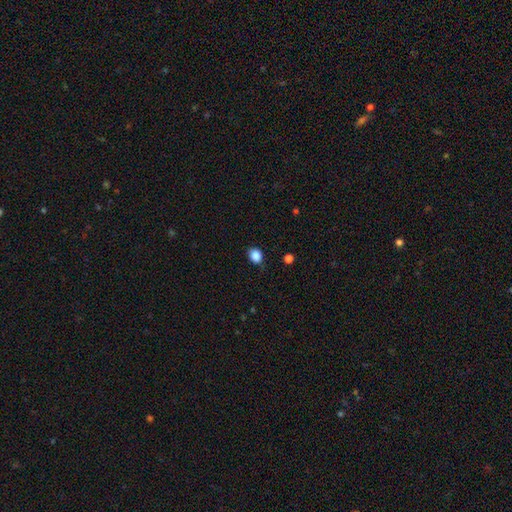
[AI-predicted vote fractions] Morphology: type=smooth (87%); roundness=round (57%); merging=none (79%).